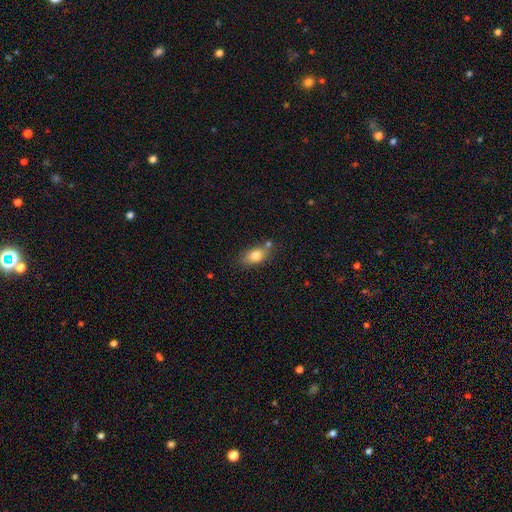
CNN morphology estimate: Smooth or featured? smooth (79%)
How rounded? in between (85%)
Merging? none (68%)